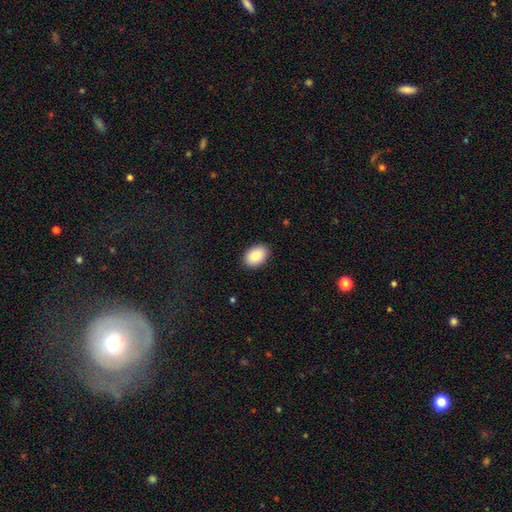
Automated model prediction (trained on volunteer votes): A smooth galaxy with no disk features (87%) that is in between round and cigar-shaped (87%).

Vote fractions:
- Smooth or featured? smooth: 87% / star or artifact: 7% / featured or disk: 6%
- How rounded? in between: 87% / round: 12% / cigar-shaped: 1%
- Merging? none: 89% / minor disturbance: 8% / major disturbance: 2% / merger: 1%